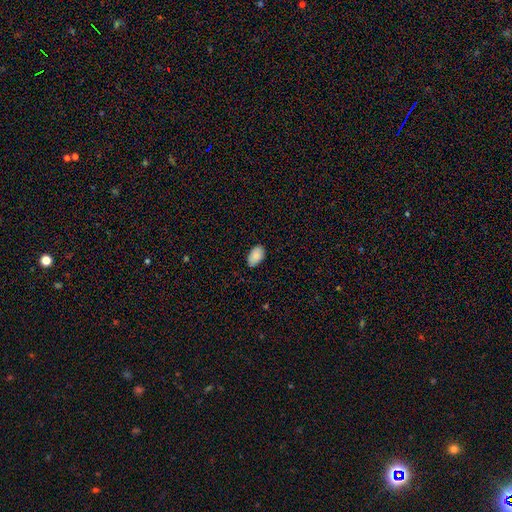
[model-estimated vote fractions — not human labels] smooth 88%, star or artifact 7%, featured or disk 6%. Down the decision tree: how rounded — in between (94%); merging — none (81%).